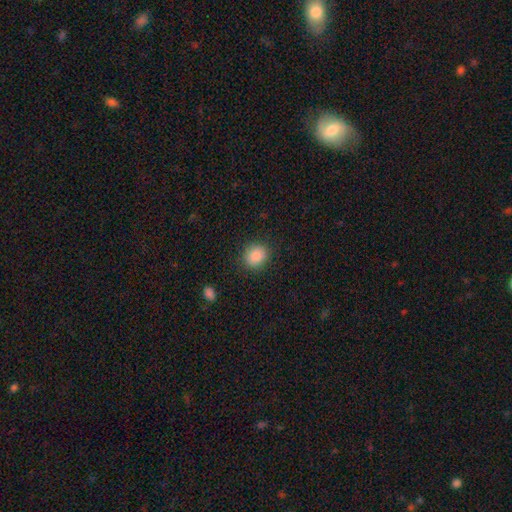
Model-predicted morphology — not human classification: Smooth or featured? Predicted: smooth (p=0.88). How rounded? Predicted: round (p=0.75). Merging? Predicted: none (p=0.88).